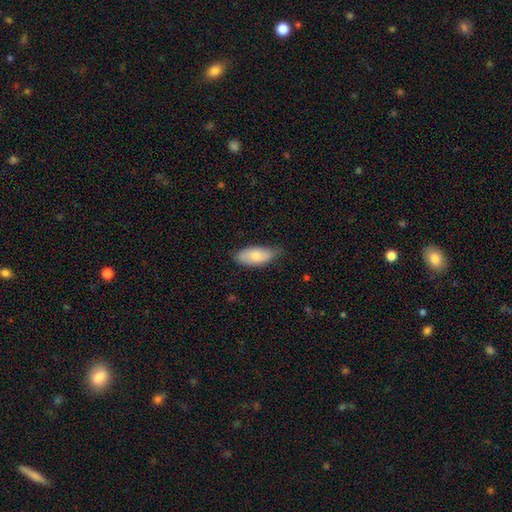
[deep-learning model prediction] The model was most divided on "merging": none: 63%, minor disturbance: 31%, major disturbance: 5%, merger: 1%. More confident: how rounded — in between (89%); smooth or featured — smooth (78%).